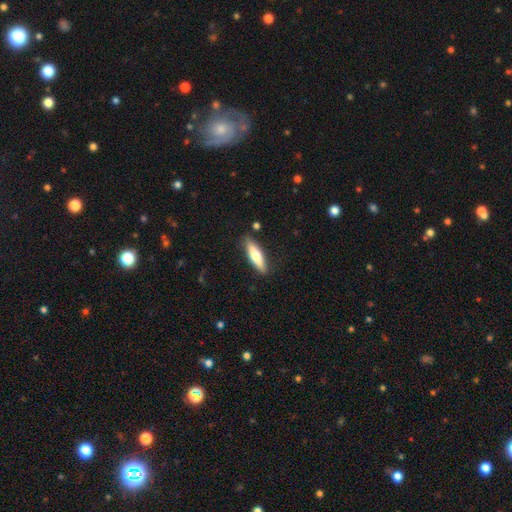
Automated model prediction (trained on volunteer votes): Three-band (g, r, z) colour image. It shows a smooth galaxy with no disk features (66%) that is cigar-shaped (60%). Merging: none (85%).